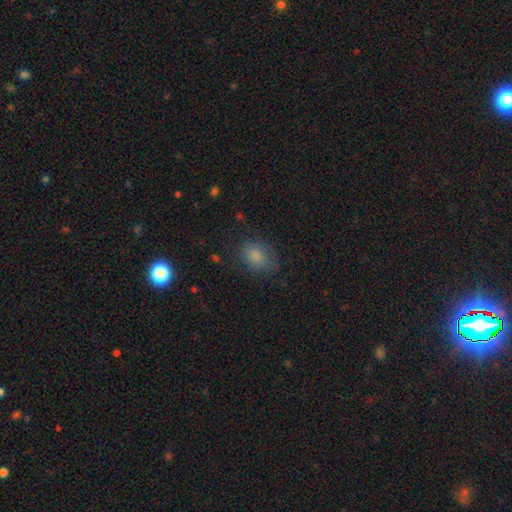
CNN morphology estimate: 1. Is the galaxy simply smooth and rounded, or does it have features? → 76% smooth, 15% star or artifact, 9% featured or disk.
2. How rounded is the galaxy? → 63% in between, 36% round, 1% cigar-shaped.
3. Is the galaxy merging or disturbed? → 75% none, 18% minor disturbance, 6% major disturbance, 1% merger.